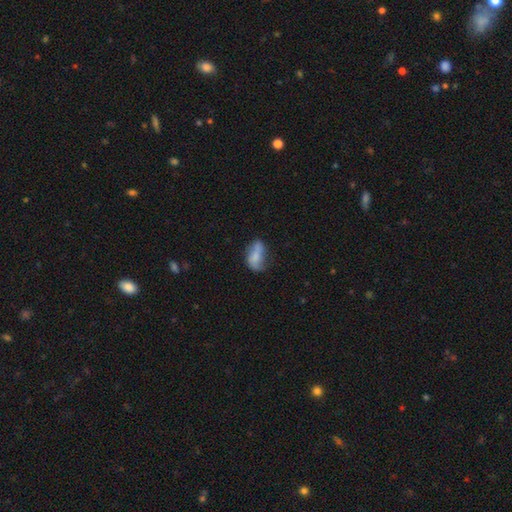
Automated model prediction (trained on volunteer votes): smooth_or_featured: smooth (p=0.64) [alt: featured or disk p=0.28]
how_rounded: in between (p=0.85) [alt: cigar-shaped p=0.08]
merging: none (p=0.44) [alt: minor disturbance p=0.33]